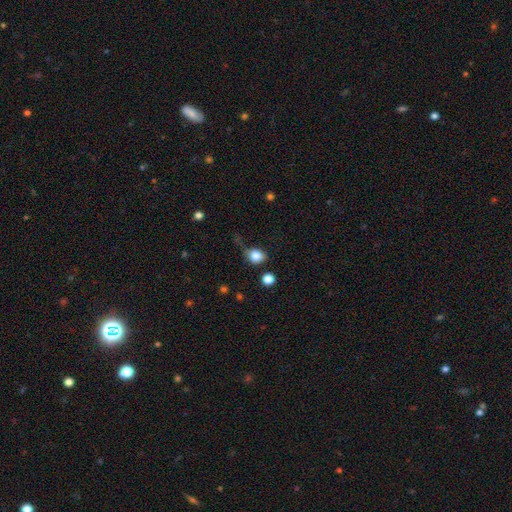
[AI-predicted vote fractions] smooth 83%, star or artifact 10%, featured or disk 7%. Down the decision tree: how rounded — round (65%); merging — none (53%).